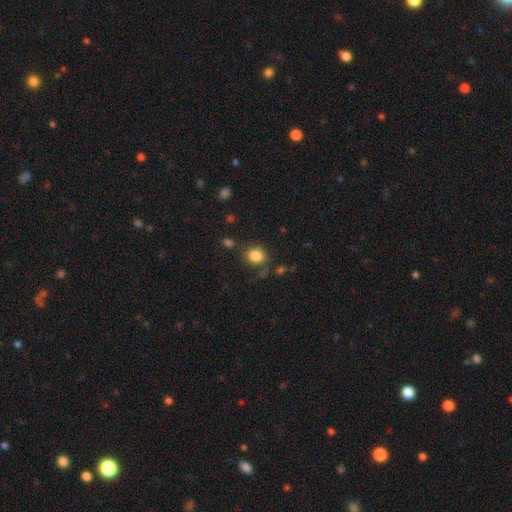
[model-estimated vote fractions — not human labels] This is clearly a smooth galaxy (84%). How rounded: likely round (70%). Merging: likely none (77%).